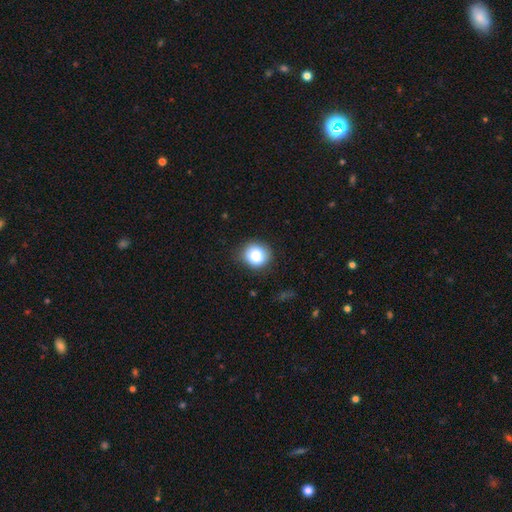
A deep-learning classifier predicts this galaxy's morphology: smooth_or_featured: smooth (p=0.85) [alt: star or artifact p=0.10]
how_rounded: round (p=0.82) [alt: in between p=0.17]
merging: none (p=0.80) [alt: minor disturbance p=0.15]